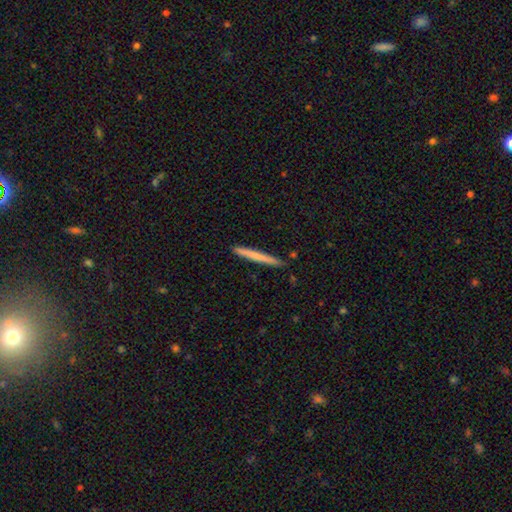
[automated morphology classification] Smooth or featured: smooth — 66% (featured or disk — 29%)
How rounded: cigar-shaped — 97% (in between — 2%)
Merging: none — 90% (minor disturbance — 7%)